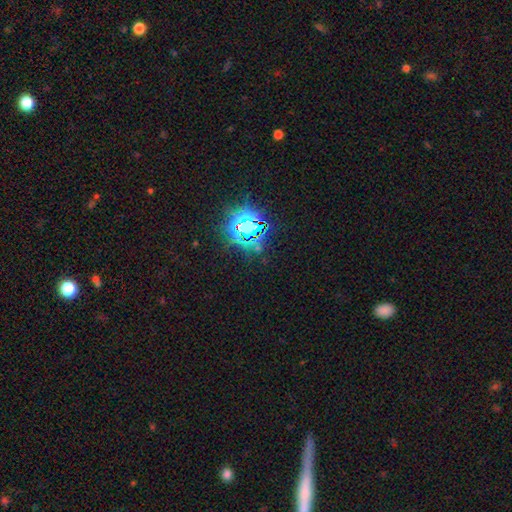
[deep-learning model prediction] This is likely a star or artifact rather than a galaxy (72%).